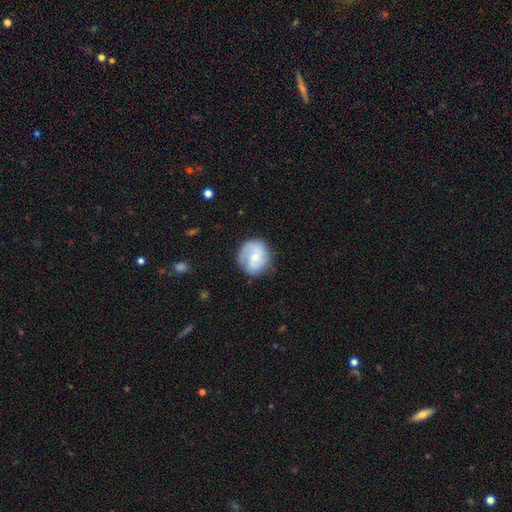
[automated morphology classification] Smooth or featured? Predicted: featured or disk (p=0.54). Edge-on disk? Predicted: no (p=0.98). Bar? Predicted: no (p=0.59). Spiral arms? Predicted: yes (p=0.87). Bulge size? Predicted: small (p=0.55). Merging? Predicted: none (p=0.71).